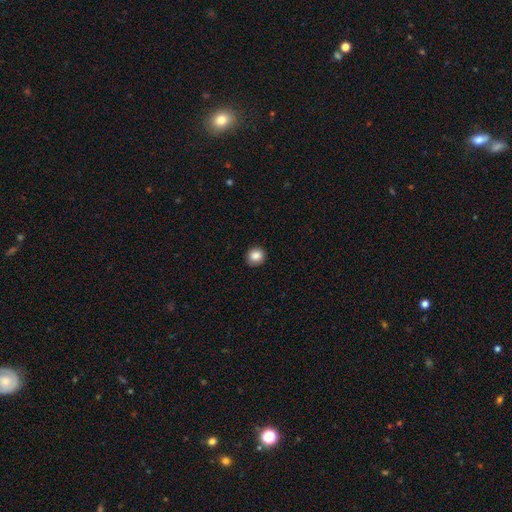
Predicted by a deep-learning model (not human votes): smooth 87%, star or artifact 9%, featured or disk 4%. Down the decision tree: how rounded — round (87%); merging — none (87%).